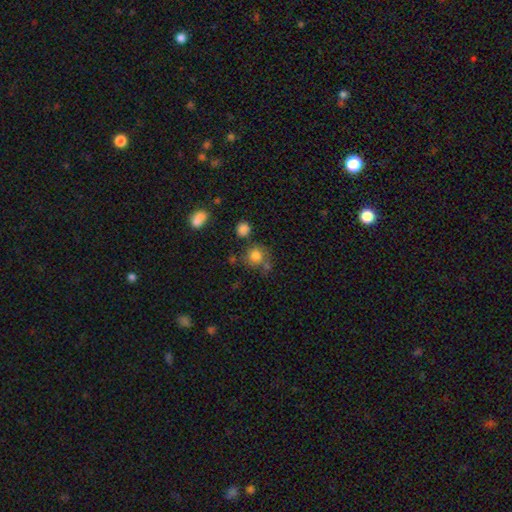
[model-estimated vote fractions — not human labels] A smooth galaxy with no disk features (79%) that is round (85%). Merging: none (64%).